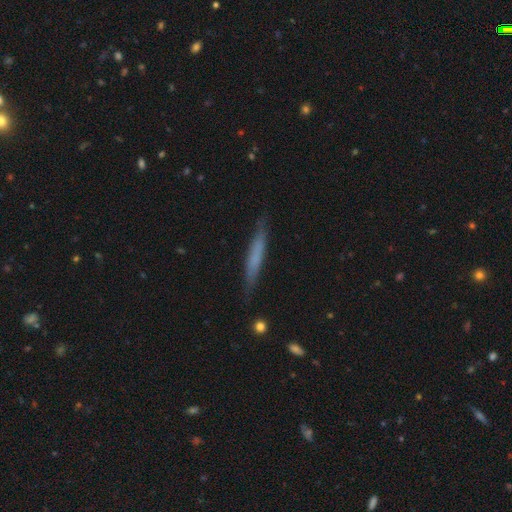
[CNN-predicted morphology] smooth_or_featured: smooth (p=0.58) [alt: featured or disk p=0.36]
how_rounded: cigar-shaped (p=0.95) [alt: in between p=0.04]
merging: none (p=0.86) [alt: minor disturbance p=0.11]